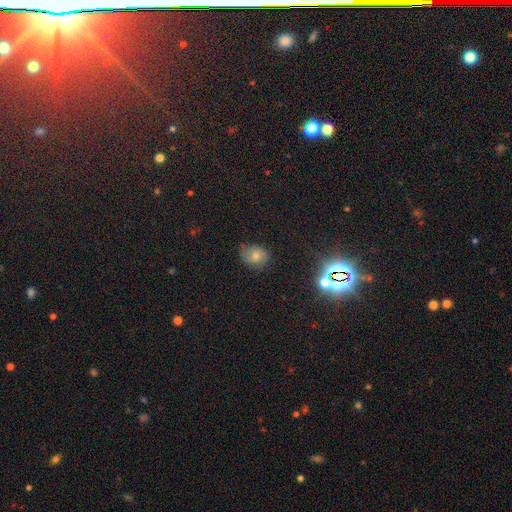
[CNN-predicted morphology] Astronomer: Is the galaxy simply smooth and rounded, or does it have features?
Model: smooth — 62%.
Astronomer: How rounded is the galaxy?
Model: round — 55% (runner-up: in between, 44%).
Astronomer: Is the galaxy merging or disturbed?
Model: none — 70%.